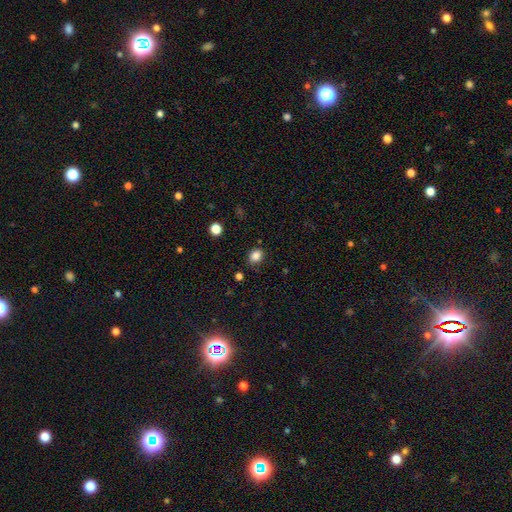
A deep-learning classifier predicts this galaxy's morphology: This is clearly a smooth galaxy (85%). How rounded: possibly round (50%). Merging: clearly none (81%).